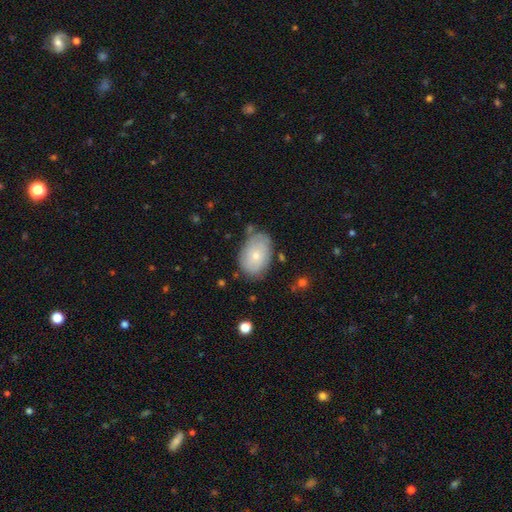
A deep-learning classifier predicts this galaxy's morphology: Smooth or featured? smooth (64%)
How rounded? in between (83%)
Merging? none (71%)